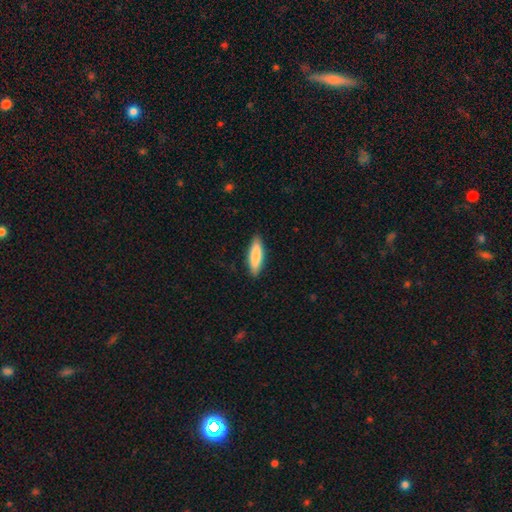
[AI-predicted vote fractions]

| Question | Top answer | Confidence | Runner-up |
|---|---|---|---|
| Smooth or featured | smooth | 84% | featured or disk (10%) |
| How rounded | cigar-shaped | 58% | in between (41%) |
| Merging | none | 89% | minor disturbance (9%) |